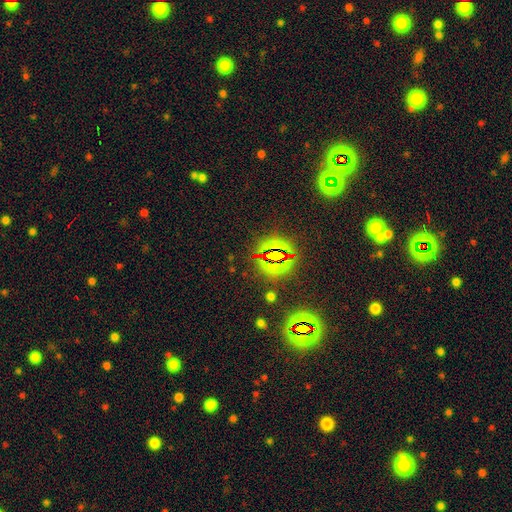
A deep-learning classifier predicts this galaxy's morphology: A star or artifact, not a galaxy (79%).

Vote fractions:
- Smooth or featured? star or artifact: 79% / smooth: 13% / featured or disk: 8%